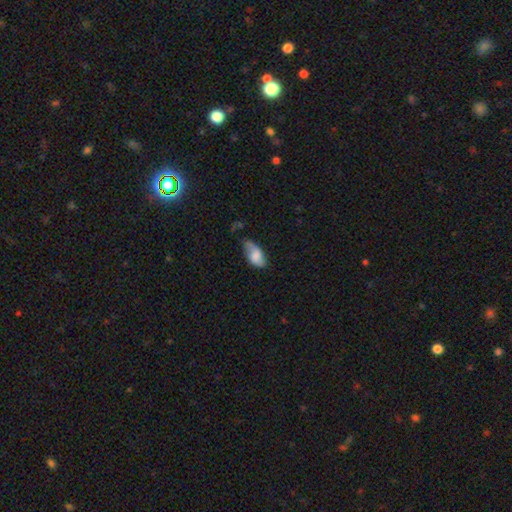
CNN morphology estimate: Q: Smooth or featured?
A: smooth (71%); runner-up: featured or disk (22%)
Q: How rounded?
A: in between (93%); runner-up: cigar-shaped (4%)
Q: Merging?
A: none (42%); runner-up: minor disturbance (41%)